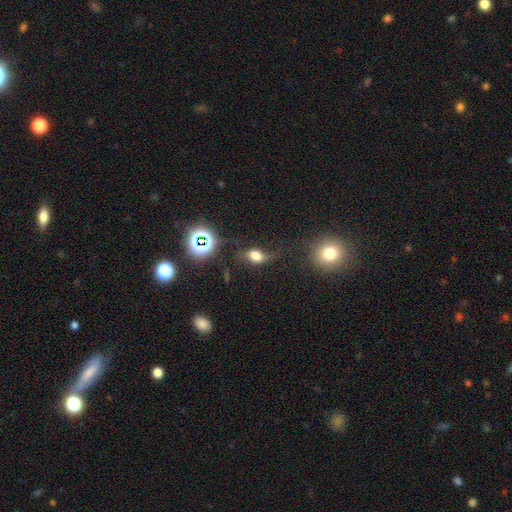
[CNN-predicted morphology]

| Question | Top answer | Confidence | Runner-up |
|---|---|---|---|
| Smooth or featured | smooth | 59% | featured or disk (21%) |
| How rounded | in between | 71% | round (25%) |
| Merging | none | 53% | minor disturbance (23%) |